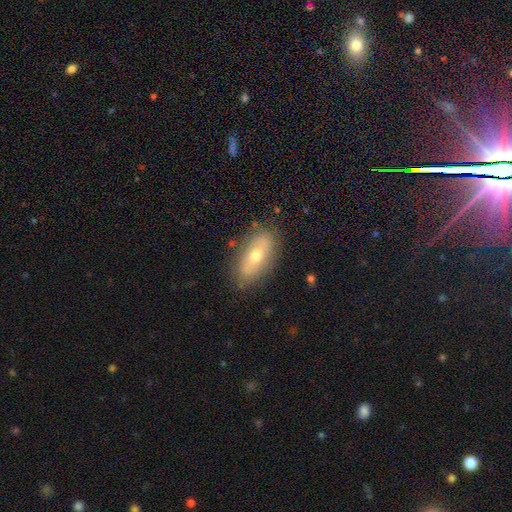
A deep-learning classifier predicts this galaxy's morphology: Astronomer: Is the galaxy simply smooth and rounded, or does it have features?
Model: smooth — 56% (runner-up: featured or disk, 37%).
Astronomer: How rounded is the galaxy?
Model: in between — 84%.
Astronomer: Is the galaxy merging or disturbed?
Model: none — 81%.